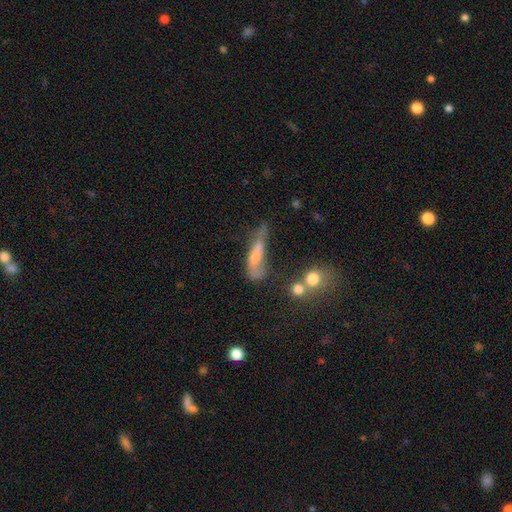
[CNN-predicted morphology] smooth 51%, featured or disk 36%, star or artifact 12%. Down the decision tree: how rounded — cigar-shaped (62%); merging — major disturbance (32%).